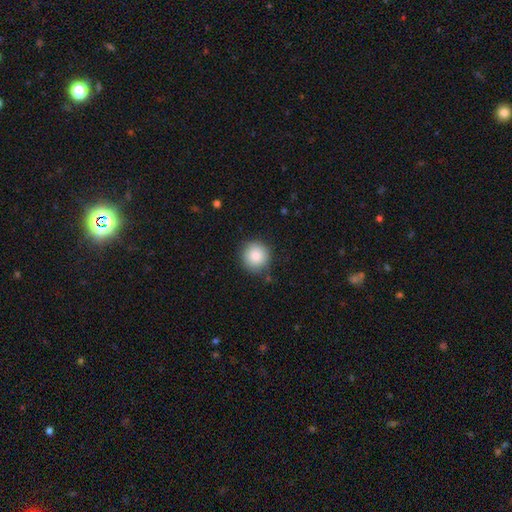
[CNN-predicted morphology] This appears to be a smooth galaxy with no disk features (85%) that is round (93%). Merging: none (87%).